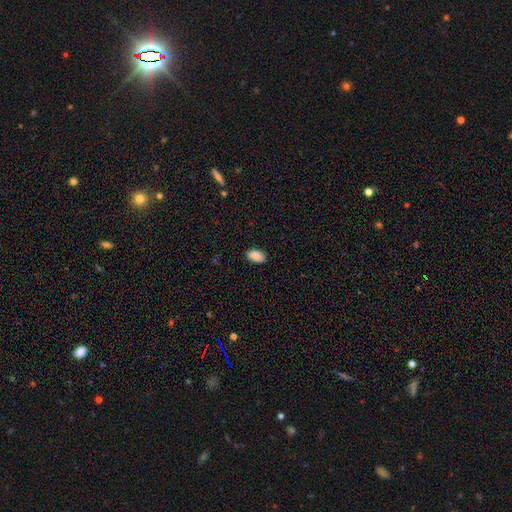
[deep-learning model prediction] This appears to be a smooth galaxy with no disk features (87%) that is in between round and cigar-shaped (93%). Merging: none (86%).